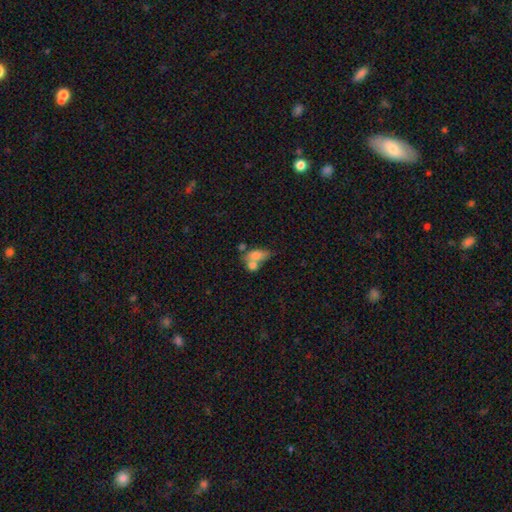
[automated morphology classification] Smooth or featured: smooth — 71% (featured or disk — 20%)
How rounded: in between — 79% (round — 15%)
Merging: merger — 55% (none — 26%)